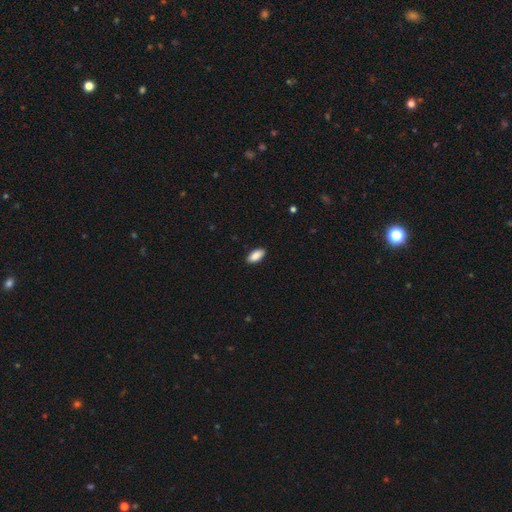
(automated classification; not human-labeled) Morphology: type=smooth (90%); roundness=in between (92%); merging=none (89%).